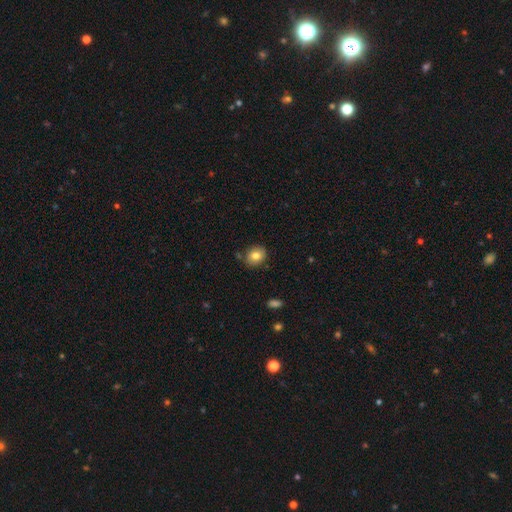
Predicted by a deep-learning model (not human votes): This is likely a smooth galaxy (80%). How rounded: possibly round (55%). Merging: clearly none (81%).